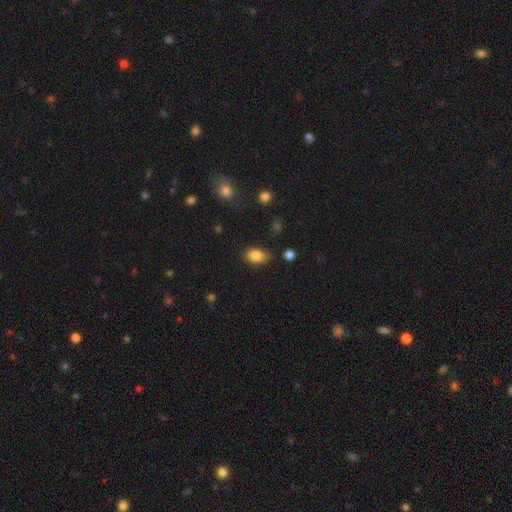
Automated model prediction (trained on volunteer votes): Smooth or featured? smooth (84%)
How rounded? in between (83%)
Merging? none (71%)